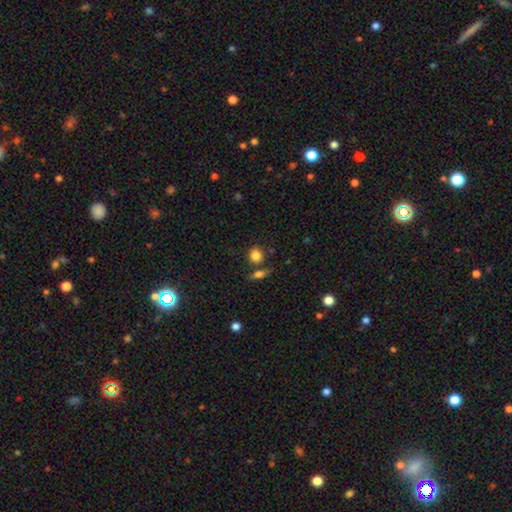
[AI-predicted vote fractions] This appears to be a smooth galaxy with no disk features (84%) that is round (80%). Merging: none (71%).